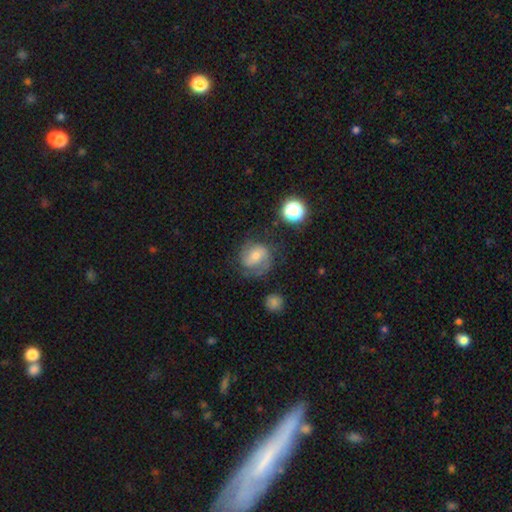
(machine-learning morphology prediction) smooth_or_featured: featured or disk (p=0.63) [alt: smooth p=0.27]
disk_edge_on: no (p=0.97) [alt: yes p=0.03]
bar: weak (p=0.45) [alt: no p=0.38]
has_spiral_arms: yes (p=0.89) [alt: no p=0.11]
spiral_winding: medium (p=0.46) [alt: tight p=0.34]
spiral_arm_count: 2 (p=0.66) [alt: can't tell p=0.14]
bulge_size: moderate (p=0.48) [alt: small p=0.43]
merging: none (p=0.63) [alt: minor disturbance p=0.20]